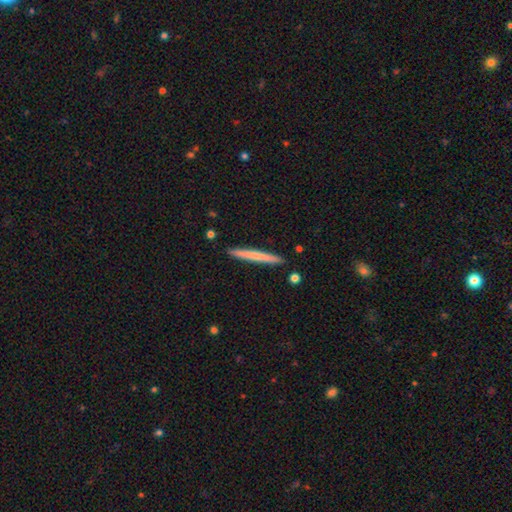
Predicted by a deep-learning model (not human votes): The model was most divided on "smooth or featured": smooth: 62%, featured or disk: 33%, star or artifact: 5%. More confident: how rounded — cigar-shaped (97%); merging — none (92%).